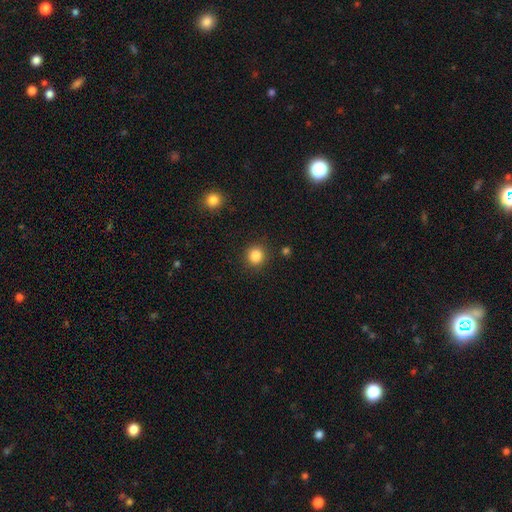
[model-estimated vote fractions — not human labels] Smooth or featured: smooth — 85% (star or artifact — 11%)
How rounded: round — 91% (in between — 8%)
Merging: none — 89% (minor disturbance — 6%)